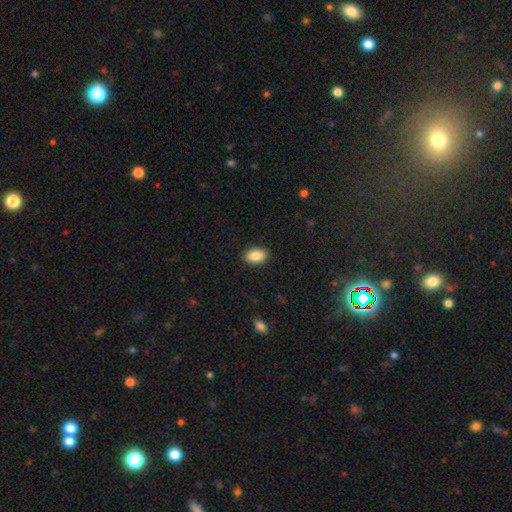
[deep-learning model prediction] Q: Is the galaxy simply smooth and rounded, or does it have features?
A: smooth — 88%.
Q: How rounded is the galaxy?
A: in between — 90%.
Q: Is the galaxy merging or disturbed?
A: none — 90%.